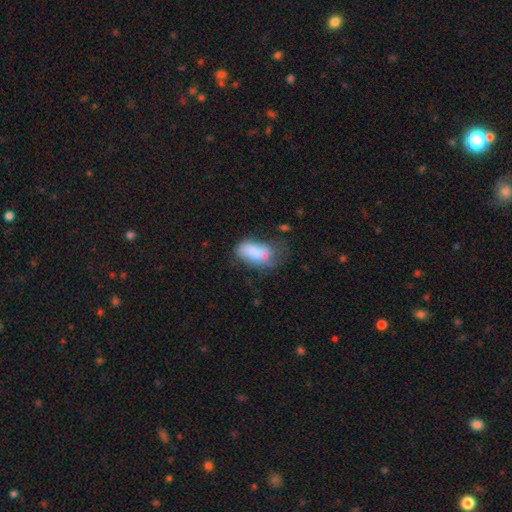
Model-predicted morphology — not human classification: Overall: smooth (74%). How rounded: in between (91%). Merging: minor disturbance (31%; none 30%).